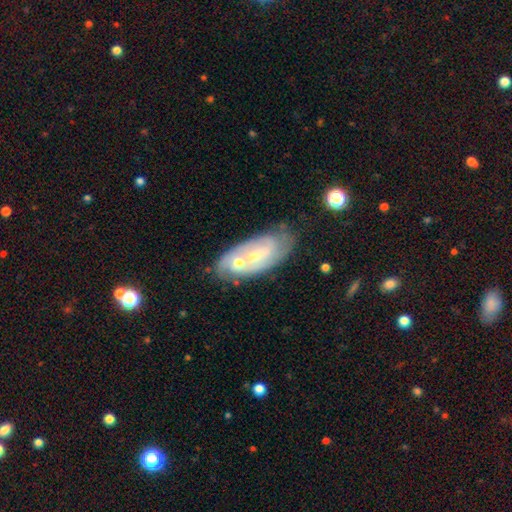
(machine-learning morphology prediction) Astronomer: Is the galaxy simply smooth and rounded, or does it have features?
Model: featured or disk — 60%.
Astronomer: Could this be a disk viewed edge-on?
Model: no — 91%.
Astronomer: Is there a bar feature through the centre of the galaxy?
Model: no — 60%.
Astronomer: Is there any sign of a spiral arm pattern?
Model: yes — 72%.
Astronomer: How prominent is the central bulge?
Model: moderate — 47% (runner-up: small, 45%).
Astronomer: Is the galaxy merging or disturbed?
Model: none — 42% (runner-up: merger, 31%).